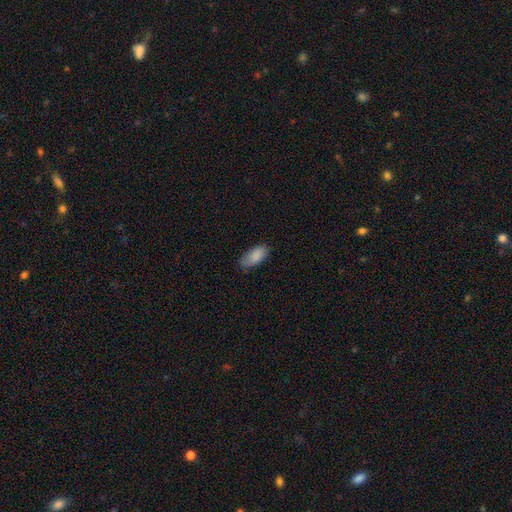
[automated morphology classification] Smooth or featured: smooth — 87% (featured or disk — 7%)
How rounded: in between — 90% (cigar-shaped — 8%)
Merging: none — 76% (minor disturbance — 19%)